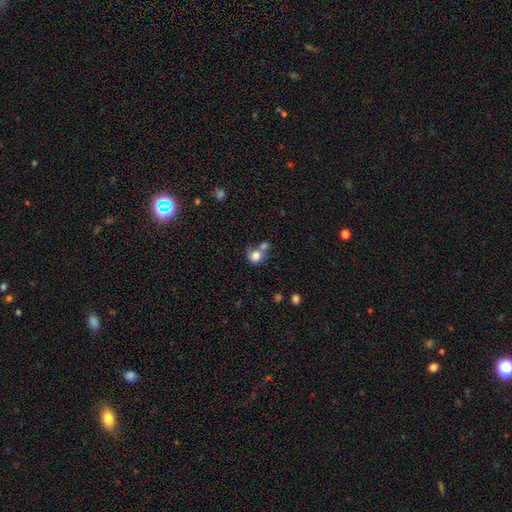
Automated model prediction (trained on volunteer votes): This is likely a smooth galaxy (79%). How rounded: likely round (77%). Merging: marginally merger (43%).